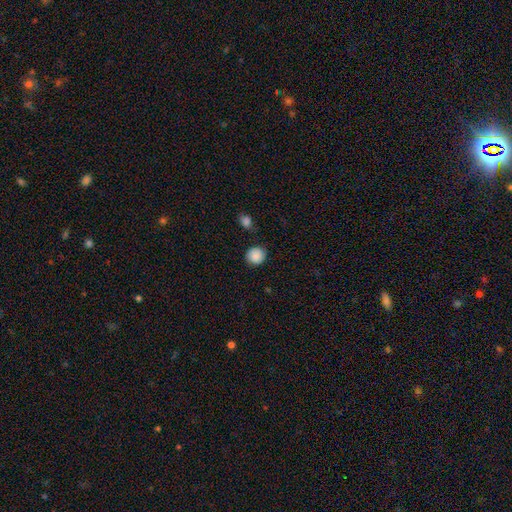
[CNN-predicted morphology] A smooth galaxy with no disk features (87%) that is round (89%).

Vote fractions:
- Smooth or featured? smooth: 87% / star or artifact: 8% / featured or disk: 5%
- How rounded? round: 89% / in between: 10% / cigar-shaped: 1%
- Merging? none: 83% / minor disturbance: 11% / major disturbance: 3% / merger: 2%